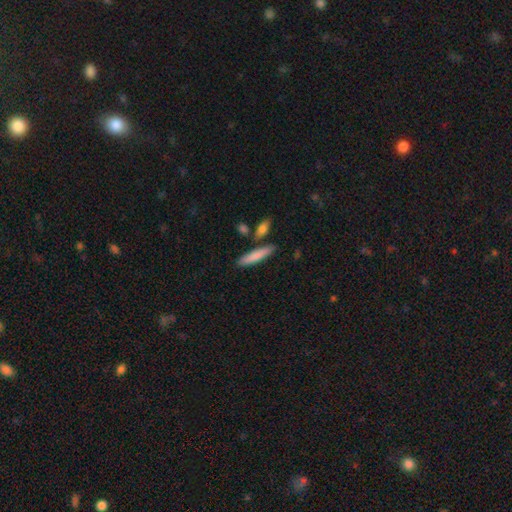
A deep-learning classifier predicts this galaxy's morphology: smooth-or-featured: smooth: 79% | featured or disk: 16% | star or artifact: 6%
  how-rounded: cigar-shaped: 85% | in between: 14% | round: 2%
  merging: none: 81% | minor disturbance: 10% | merger: 7% | major disturbance: 2%